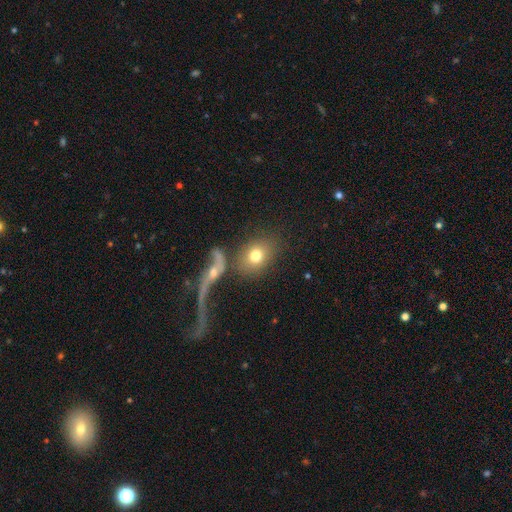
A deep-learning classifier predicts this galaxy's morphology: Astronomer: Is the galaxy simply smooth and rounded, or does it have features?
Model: smooth — 72%.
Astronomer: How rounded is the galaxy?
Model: round — 49% (runner-up: in between, 48%).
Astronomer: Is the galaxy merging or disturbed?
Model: none — 59%.